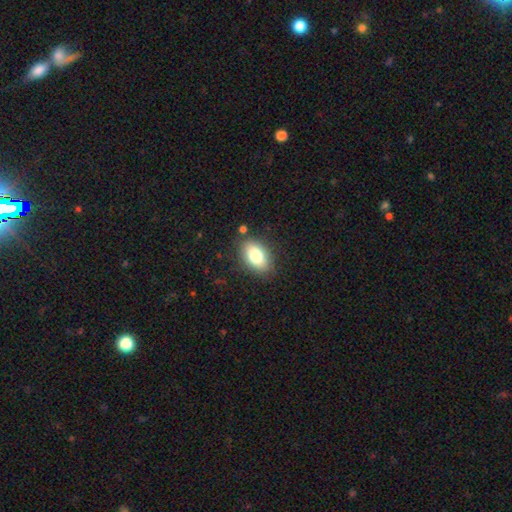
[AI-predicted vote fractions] Q: Smooth or featured?
A: smooth (79%); runner-up: featured or disk (13%)
Q: How rounded?
A: in between (89%); runner-up: round (9%)
Q: Merging?
A: none (83%); runner-up: minor disturbance (11%)